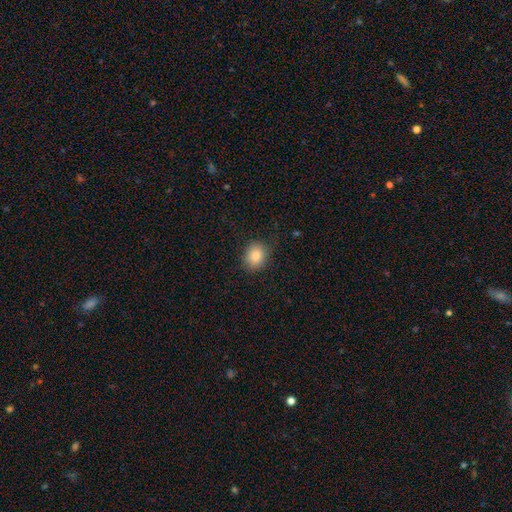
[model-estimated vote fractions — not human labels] This appears to be a smooth galaxy with no disk features (82%) that is round (64%). Merging: none (85%).